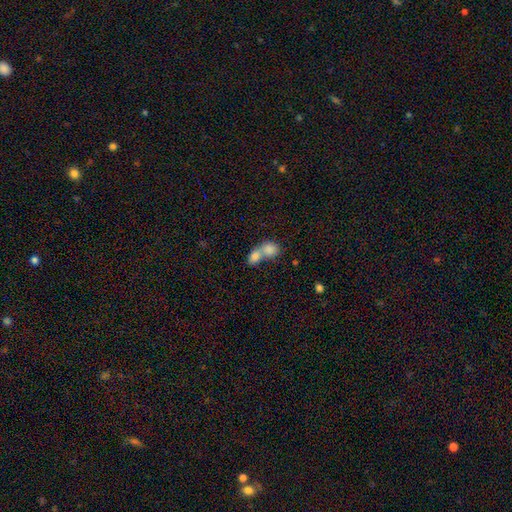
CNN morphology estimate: A smooth galaxy with no disk features (80%) that is in between round and cigar-shaped (61%).

Vote fractions:
- Smooth or featured? smooth: 80% / featured or disk: 11% / star or artifact: 8%
- How rounded? in between: 61% / round: 37% / cigar-shaped: 2%
- Merging? merger: 76% / none: 16% / minor disturbance: 5% / major disturbance: 3%